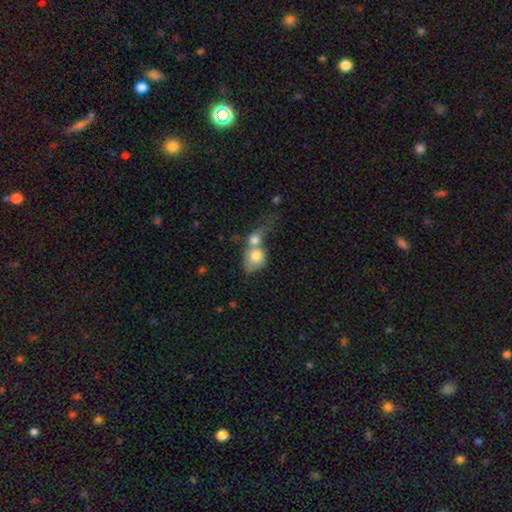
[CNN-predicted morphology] Overall: smooth (72%). How rounded: round (54%; in between 44%). Merging: merger (76%).